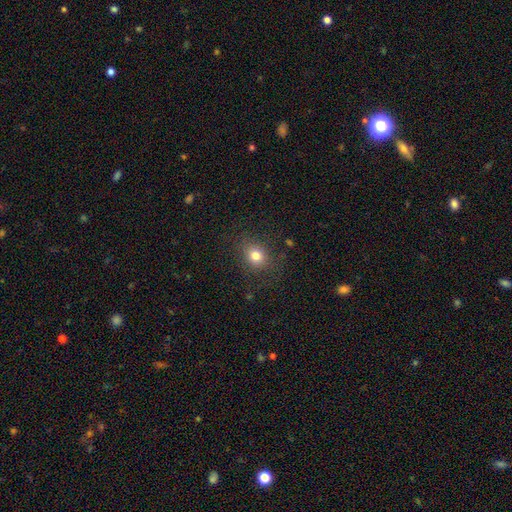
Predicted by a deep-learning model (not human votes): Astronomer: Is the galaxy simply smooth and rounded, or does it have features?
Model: smooth — 77%.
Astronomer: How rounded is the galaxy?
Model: round — 68%.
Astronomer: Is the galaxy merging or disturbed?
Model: none — 83%.